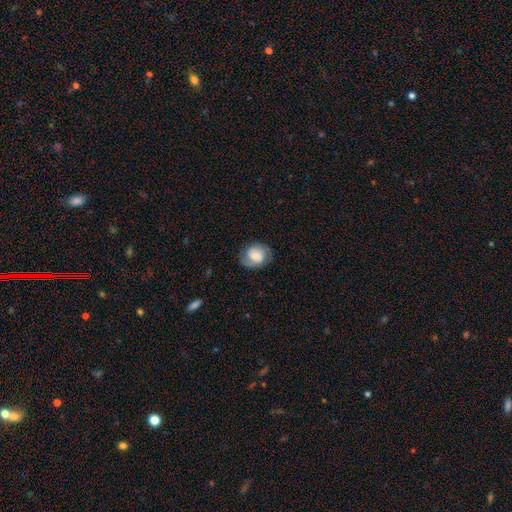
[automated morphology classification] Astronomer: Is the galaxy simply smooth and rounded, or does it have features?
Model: smooth — 58% (runner-up: featured or disk, 34%).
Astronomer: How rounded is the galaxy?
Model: round — 51% (runner-up: in between, 48%).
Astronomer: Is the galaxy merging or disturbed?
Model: none — 72%.